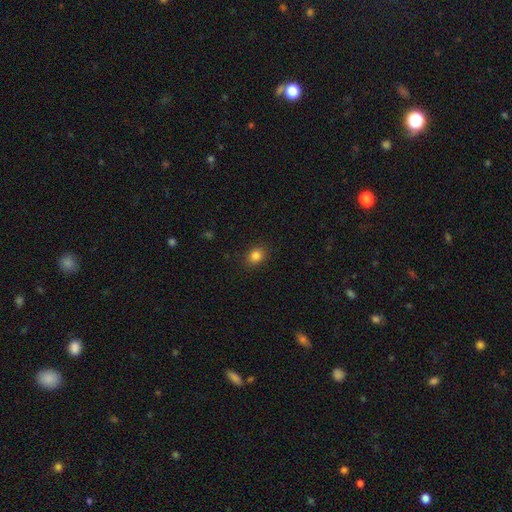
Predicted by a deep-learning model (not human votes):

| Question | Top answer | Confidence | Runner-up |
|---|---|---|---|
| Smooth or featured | smooth | 84% | star or artifact (11%) |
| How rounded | round | 56% | in between (43%) |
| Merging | none | 88% | minor disturbance (9%) |